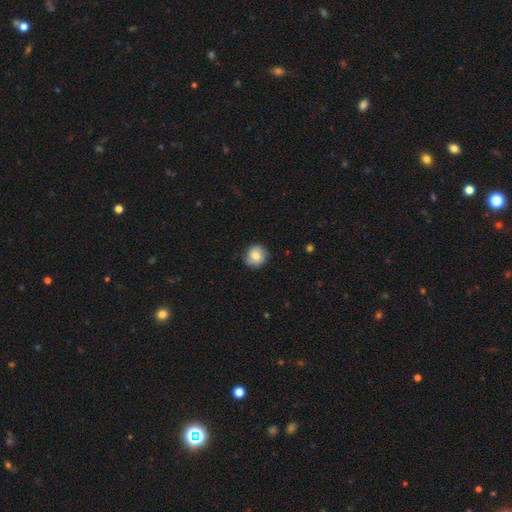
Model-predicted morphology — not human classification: Smooth or featured: smooth — 79% (featured or disk — 13%)
How rounded: round — 89% (in between — 10%)
Merging: none — 82% (minor disturbance — 14%)